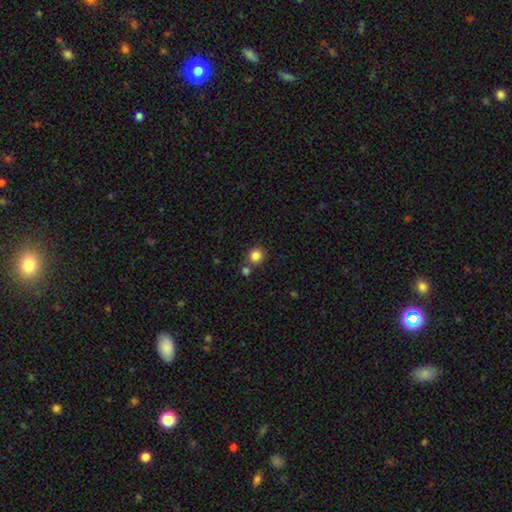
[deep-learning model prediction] Smooth or featured? Predicted: smooth (p=0.84). How rounded? Predicted: round (p=0.92). Merging? Predicted: none (p=0.73).